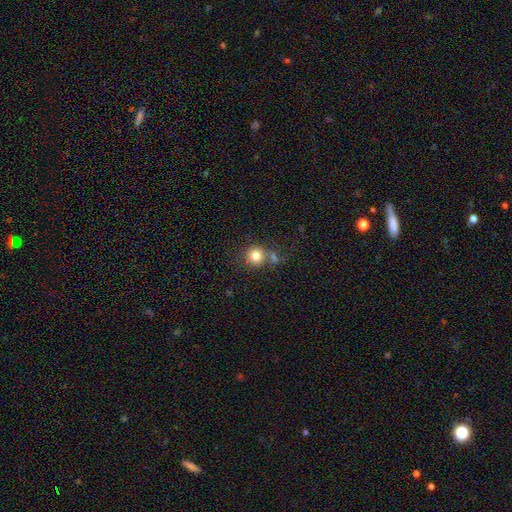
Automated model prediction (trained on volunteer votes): This is clearly a smooth galaxy (81%). How rounded: clearly round (90%). Merging: likely none (60%).